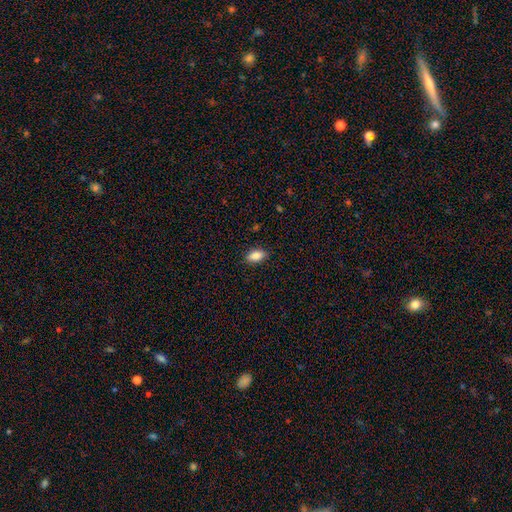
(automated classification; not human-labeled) smooth-or-featured: smooth: 86% | star or artifact: 8% | featured or disk: 6%
  how-rounded: in between: 89% | cigar-shaped: 6% | round: 5%
  merging: none: 86% | minor disturbance: 10% | major disturbance: 2% | merger: 1%